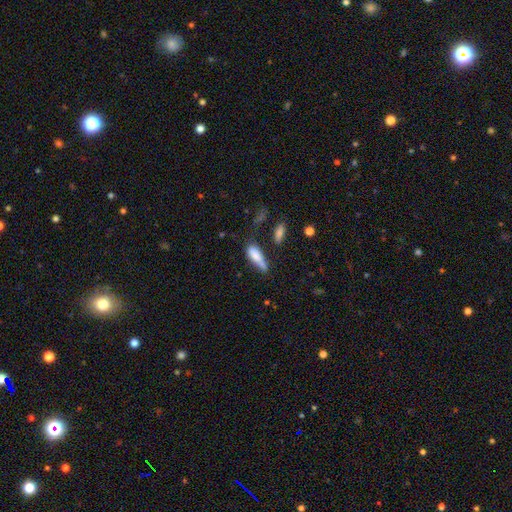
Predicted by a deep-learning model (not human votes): smooth 75%, featured or disk 16%, star or artifact 8%. Down the decision tree: how rounded — in between (57%); merging — none (35%).